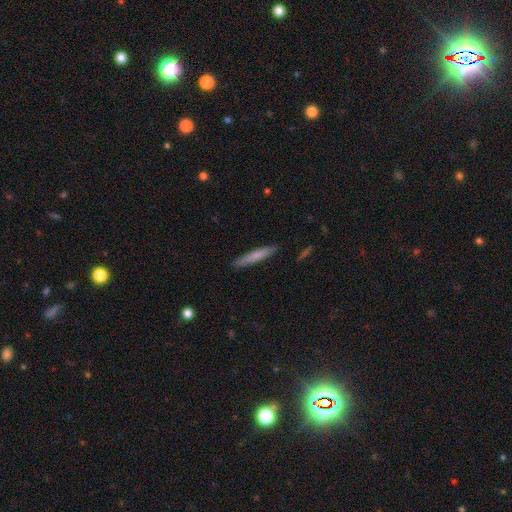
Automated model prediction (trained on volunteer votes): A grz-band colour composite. It shows a smooth galaxy with no disk features (68%) that is cigar-shaped (94%). Merging: none (89%).